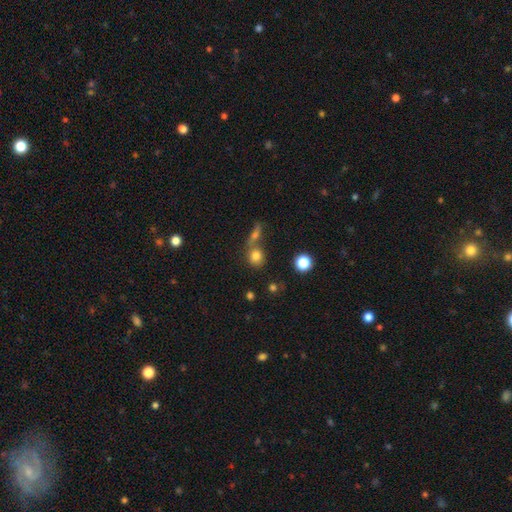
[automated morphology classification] This appears to be a smooth galaxy with no disk features (77%) that is round (73%). Merging: none (53%).